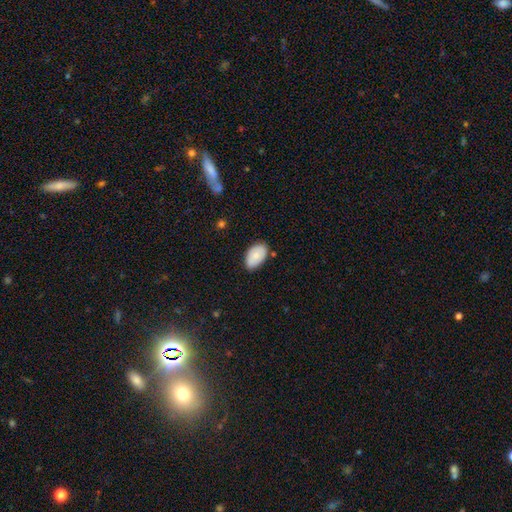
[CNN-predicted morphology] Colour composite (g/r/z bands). It shows a smooth galaxy with no disk features (81%) that is in between round and cigar-shaped (94%). Merging: none (77%).